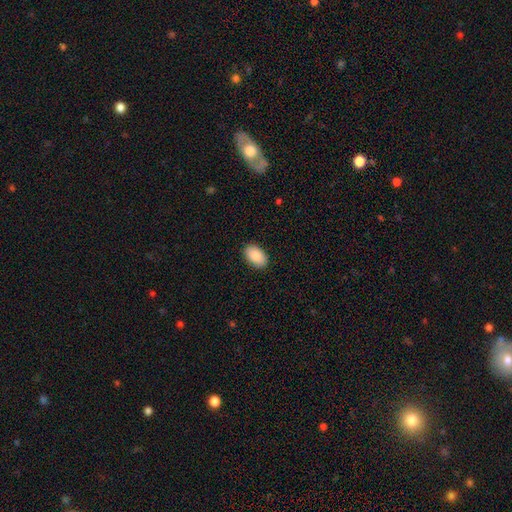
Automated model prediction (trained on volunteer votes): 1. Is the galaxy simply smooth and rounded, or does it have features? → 86% smooth, 7% featured or disk, 7% star or artifact.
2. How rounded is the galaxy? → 92% in between, 7% round, 1% cigar-shaped.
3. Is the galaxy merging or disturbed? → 89% none, 8% minor disturbance, 2% major disturbance, 1% merger.